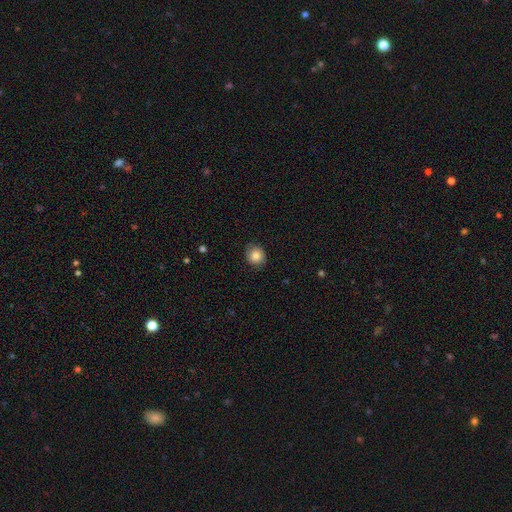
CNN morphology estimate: Overall: smooth (78%). How rounded: round (80%). Merging: none (81%).